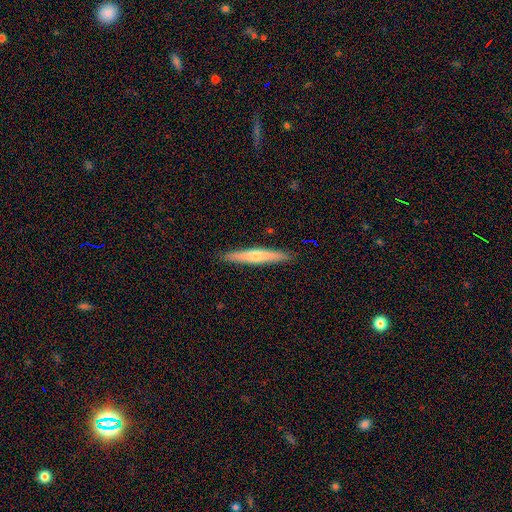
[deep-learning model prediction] Morphology: type=smooth (50%); roundness=cigar-shaped (95%); merging=none (91%).